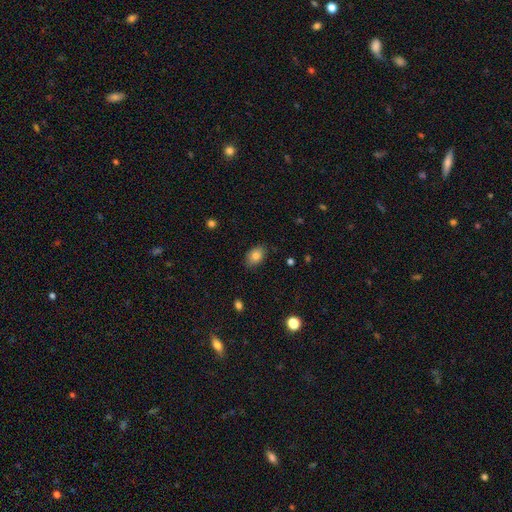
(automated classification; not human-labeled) A smooth galaxy with no disk features (82%) that is in between round and cigar-shaped (82%). Merging: none (85%).